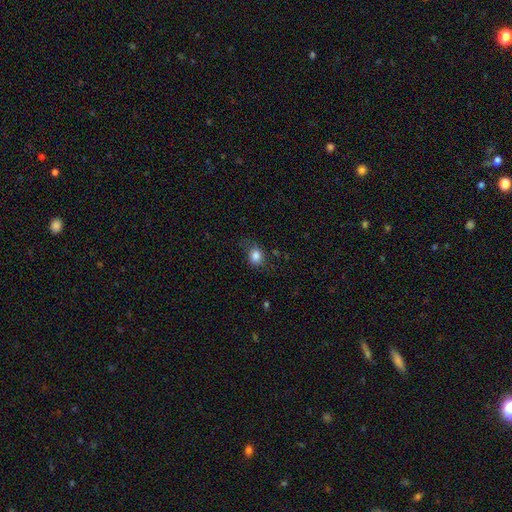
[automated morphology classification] The model was most divided on "how rounded": in between: 50%, round: 49%, cigar-shaped: 1%. More confident: smooth or featured — smooth (83%); merging — none (64%).